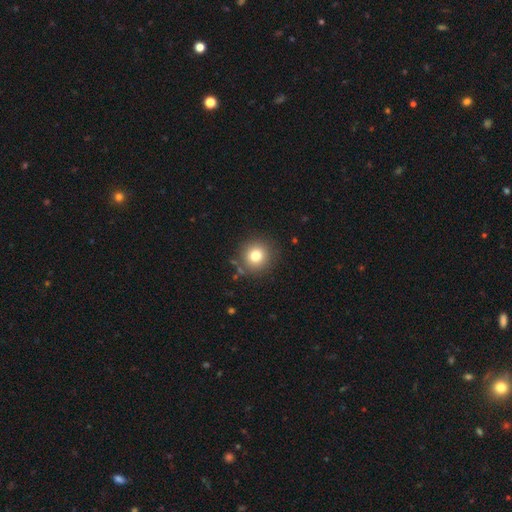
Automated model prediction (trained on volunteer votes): Q: Smooth or featured?
A: smooth (79%); runner-up: star or artifact (12%)
Q: How rounded?
A: round (93%); runner-up: in between (7%)
Q: Merging?
A: none (86%); runner-up: minor disturbance (8%)